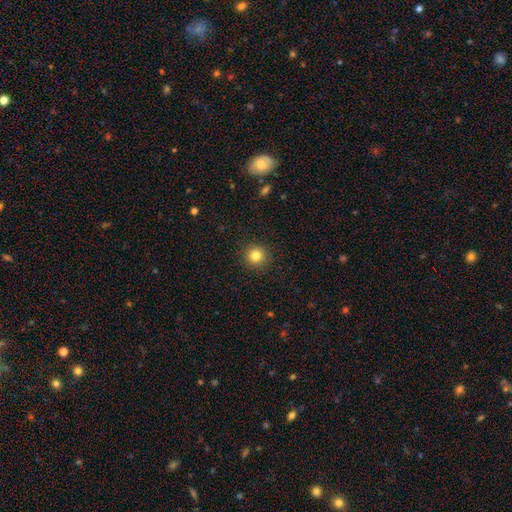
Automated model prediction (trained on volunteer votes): smooth_or_featured: smooth (p=0.83) [alt: star or artifact p=0.11]
how_rounded: round (p=0.94) [alt: in between p=0.05]
merging: none (p=0.92) [alt: minor disturbance p=0.05]